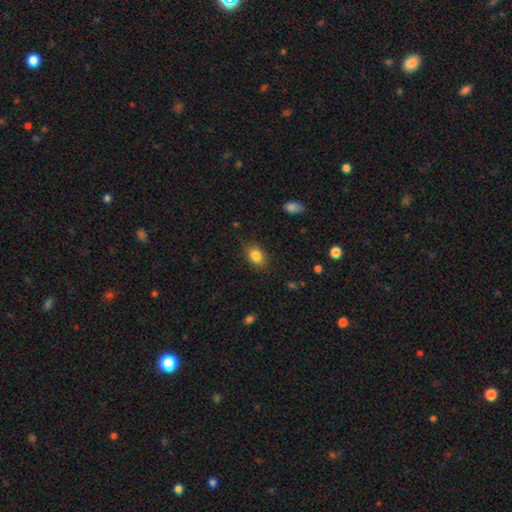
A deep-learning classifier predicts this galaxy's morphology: This appears to be a smooth galaxy with no disk features (84%) that is in between round and cigar-shaped (74%). Merging: none (84%).